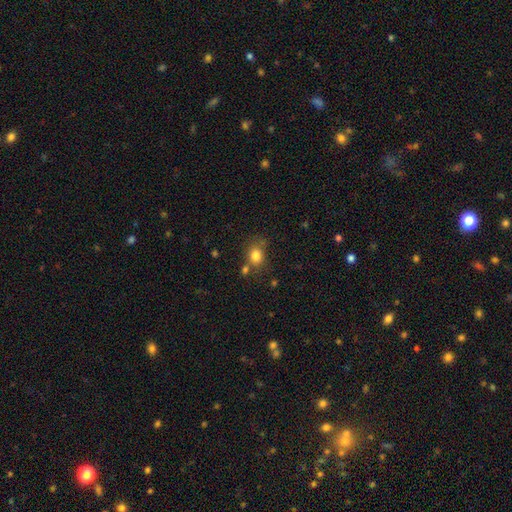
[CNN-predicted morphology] Q: Smooth or featured?
A: smooth (82%); runner-up: star or artifact (11%)
Q: How rounded?
A: round (53%); runner-up: in between (46%)
Q: Merging?
A: none (65%); runner-up: minor disturbance (16%)